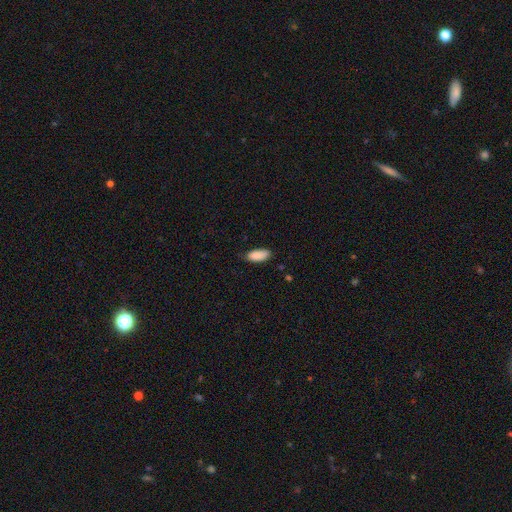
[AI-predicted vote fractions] Smooth or featured?
  - smooth: 89% *
  - star or artifact: 6%
  - featured or disk: 5%
How rounded?
  - in between: 86% *
  - cigar-shaped: 13%
  - round: 2%
Merging?
  - none: 77% *
  - minor disturbance: 19%
  - major disturbance: 3%
  - merger: 1%